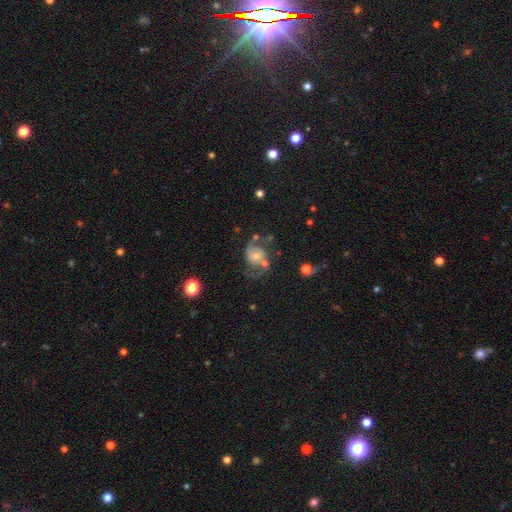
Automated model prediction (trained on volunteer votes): Smooth or featured? Predicted: featured or disk (p=0.68). Edge-on disk? Predicted: no (p=0.98). Bar? Predicted: no (p=0.59). Spiral arms? Predicted: yes (p=0.85). Spiral winding? Predicted: medium (p=0.46). Spiral arm count? Predicted: 2 (p=0.82). Bulge size? Predicted: small (p=0.49). Merging? Predicted: none (p=0.44).